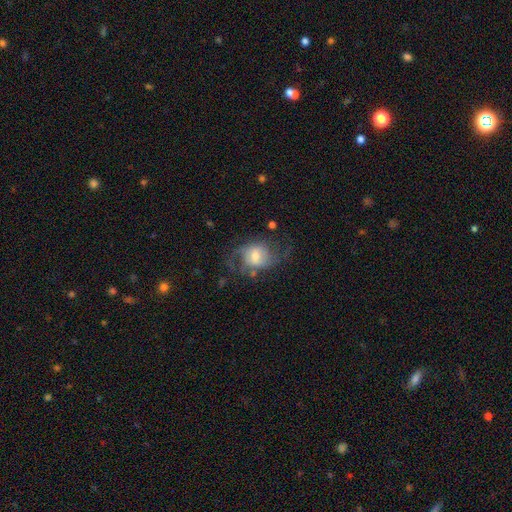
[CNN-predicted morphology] smooth-or-featured: featured or disk: 63% | smooth: 29% | star or artifact: 8%
  disk-edge-on: no: 96% | yes: 4%
    bar: no: 46% | weak: 43% | strong: 11%
    has-spiral-arms: yes: 82% | no: 18%
    bulge-size: moderate: 58% | small: 28% | large: 10% | none: 2% | dominant: 2%
  merging: none: 49% | major disturbance: 27% | minor disturbance: 22% | merger: 2%